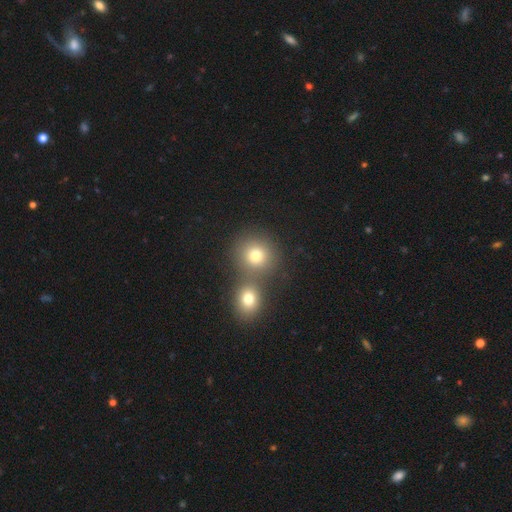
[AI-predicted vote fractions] smooth 76%, star or artifact 15%, featured or disk 10%. Down the decision tree: how rounded — round (87%); merging — none (53%).